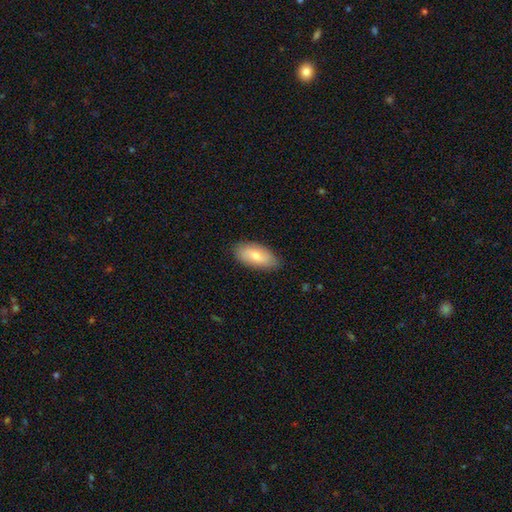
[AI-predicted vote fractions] The model was most divided on "smooth or featured": smooth: 77%, featured or disk: 17%, star or artifact: 6%. More confident: how rounded — in between (91%); merging — none (84%).